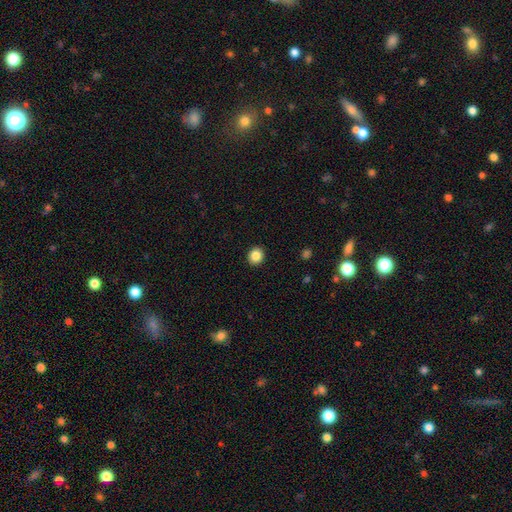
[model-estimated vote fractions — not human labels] Morphology: type=smooth (86%); roundness=round (83%); merging=none (92%).